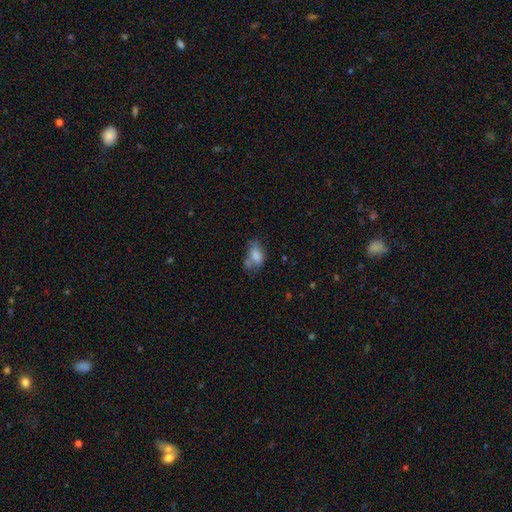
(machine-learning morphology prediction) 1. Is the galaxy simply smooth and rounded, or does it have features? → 73% smooth, 17% featured or disk, 10% star or artifact.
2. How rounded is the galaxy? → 84% in between, 14% round, 2% cigar-shaped.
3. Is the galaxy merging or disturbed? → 35% none, 27% minor disturbance, 21% merger, 17% major disturbance.